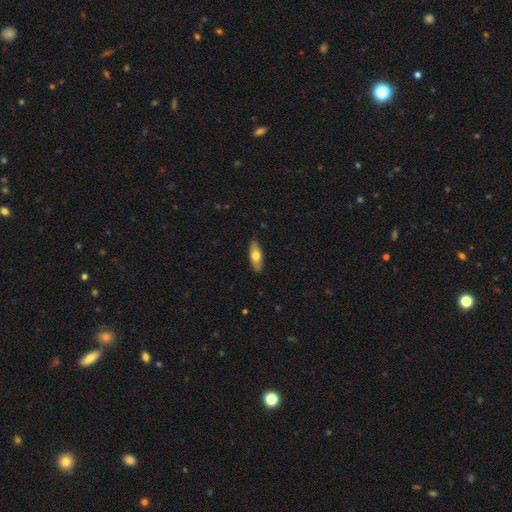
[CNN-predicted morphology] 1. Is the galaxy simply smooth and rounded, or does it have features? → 67% smooth, 28% featured or disk, 6% star or artifact.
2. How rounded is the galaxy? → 69% in between, 28% cigar-shaped, 3% round.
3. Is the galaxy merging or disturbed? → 88% none, 9% minor disturbance, 2% major disturbance, 1% merger.